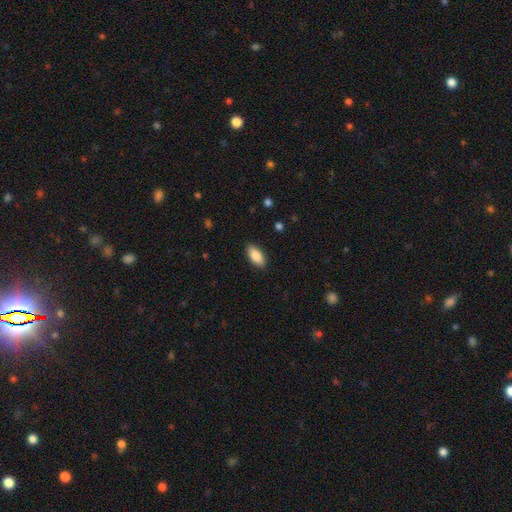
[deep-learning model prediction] Overall: smooth (85%). How rounded: in between (88%). Merging: none (89%).